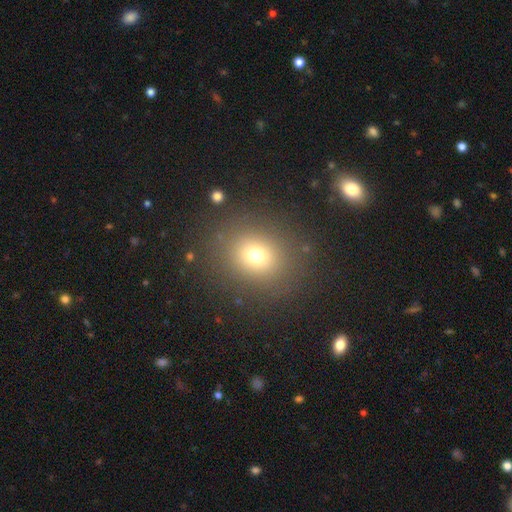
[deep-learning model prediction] smooth 71%, star or artifact 18%, featured or disk 11%. Down the decision tree: how rounded — round (71%); merging — none (85%).